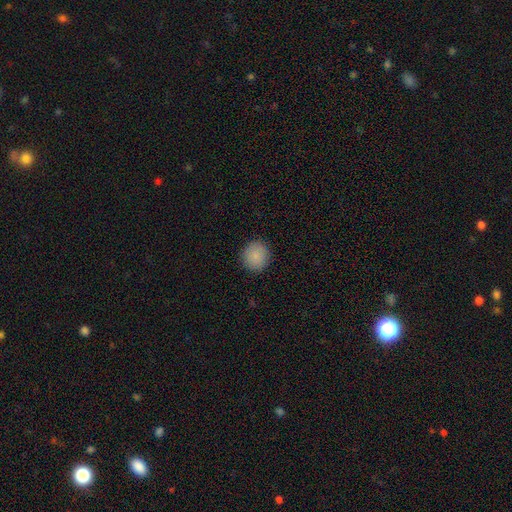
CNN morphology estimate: smooth 88%, star or artifact 8%, featured or disk 4%. Down the decision tree: how rounded — round (90%); merging — none (91%).